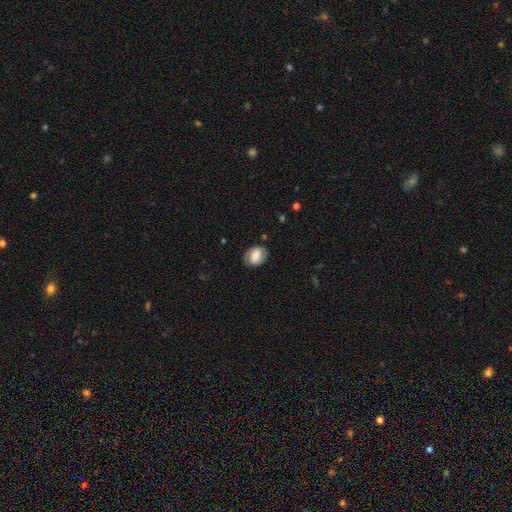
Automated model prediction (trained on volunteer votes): A smooth galaxy with no disk features (63%) that is in between round and cigar-shaped (72%).

Vote fractions:
- Smooth or featured? smooth: 63% / featured or disk: 29% / star or artifact: 8%
- How rounded? in between: 72% / round: 27% / cigar-shaped: 1%
- Merging? none: 76% / minor disturbance: 18% / major disturbance: 5% / merger: 1%